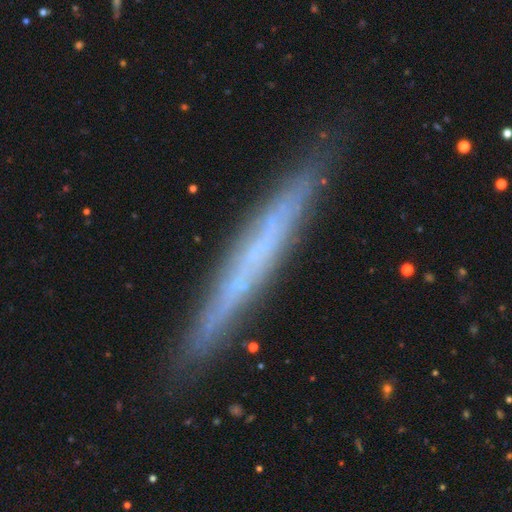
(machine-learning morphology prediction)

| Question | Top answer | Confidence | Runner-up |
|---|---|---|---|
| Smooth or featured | featured or disk | 60% | smooth (31%) |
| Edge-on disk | yes | 93% | no (7%) |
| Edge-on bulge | none | 88% | rounded (8%) |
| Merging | none | 88% | minor disturbance (9%) |